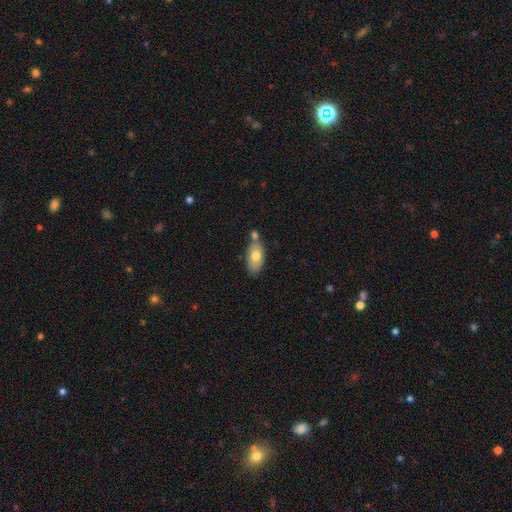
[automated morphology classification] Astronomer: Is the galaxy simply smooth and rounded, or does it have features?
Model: smooth — 71%.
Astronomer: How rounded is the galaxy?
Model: in between — 91%.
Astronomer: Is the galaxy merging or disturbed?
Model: none — 59%.